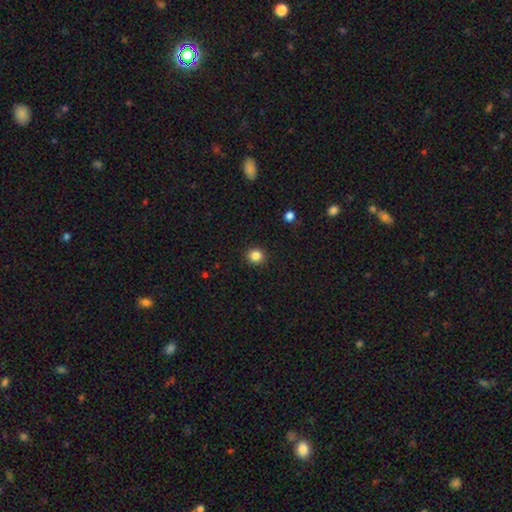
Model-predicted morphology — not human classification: smooth_or_featured: smooth (p=0.85) [alt: star or artifact p=0.11]
how_rounded: round (p=0.91) [alt: in between p=0.08]
merging: none (p=0.92) [alt: minor disturbance p=0.05]